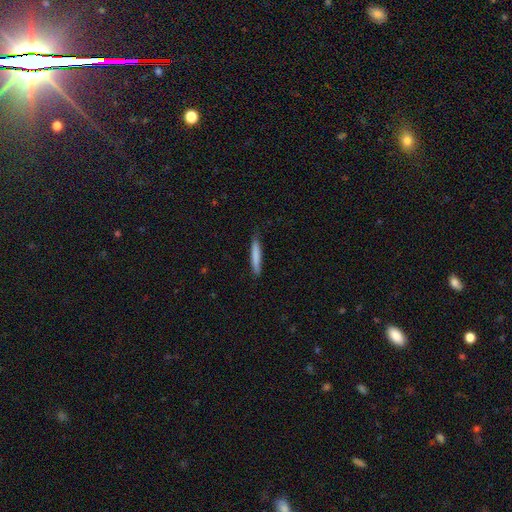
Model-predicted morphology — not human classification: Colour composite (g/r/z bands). It shows a smooth galaxy with no disk features (80%) that is cigar-shaped (93%). Merging: none (85%).